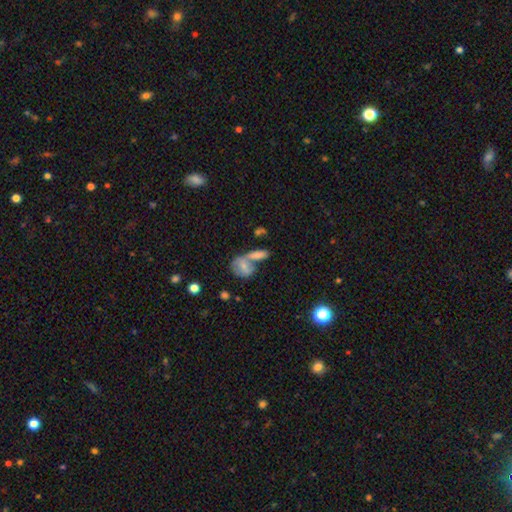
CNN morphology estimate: smooth 66%, featured or disk 24%, star or artifact 10%. Down the decision tree: how rounded — in between (70%); merging — merger (58%).